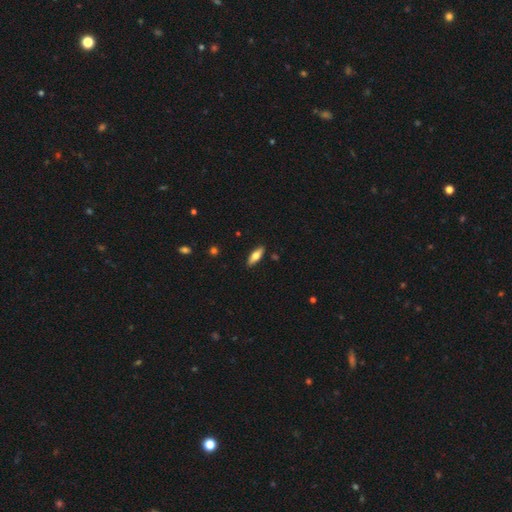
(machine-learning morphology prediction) Smooth or featured?
  - smooth: 67% *
  - featured or disk: 27%
  - star or artifact: 6%
How rounded?
  - in between: 60% *
  - cigar-shaped: 37%
  - round: 2%
Merging?
  - none: 89% *
  - minor disturbance: 8%
  - major disturbance: 2%
  - merger: 1%